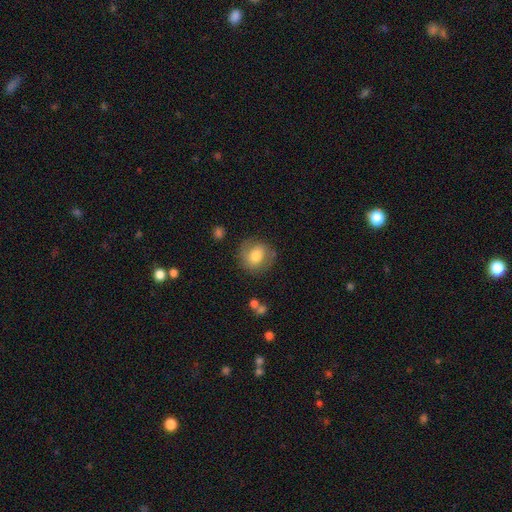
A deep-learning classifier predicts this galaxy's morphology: Q: Smooth or featured?
A: smooth (70%); runner-up: featured or disk (22%)
Q: How rounded?
A: round (81%); runner-up: in between (18%)
Q: Merging?
A: none (78%); runner-up: minor disturbance (15%)